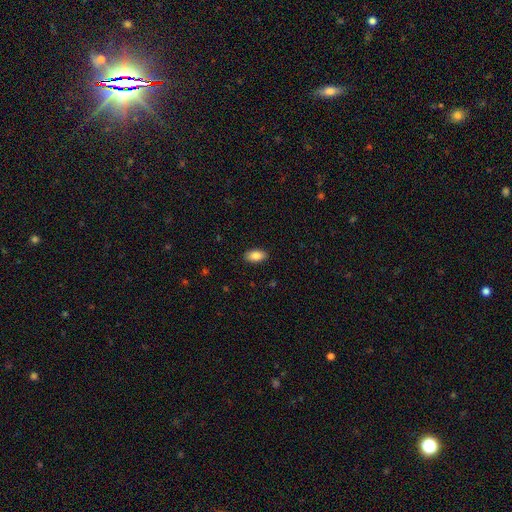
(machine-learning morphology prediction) Smooth or featured: smooth — 86% (star or artifact — 7%)
How rounded: in between — 93% (round — 4%)
Merging: none — 89% (minor disturbance — 8%)